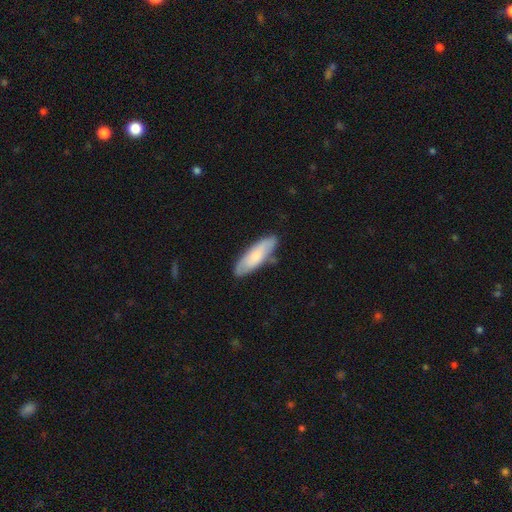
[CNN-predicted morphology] This appears to be a smooth galaxy with no disk features (69%) that is in between round and cigar-shaped (51%). Merging: none (76%).